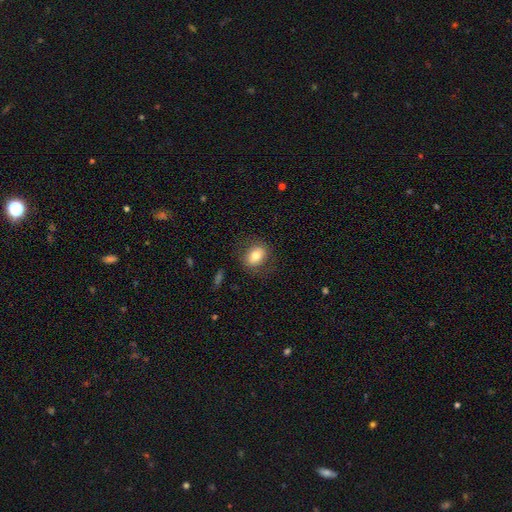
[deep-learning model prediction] Morphology: type=smooth (75%); roundness=in between (65%); merging=none (78%).